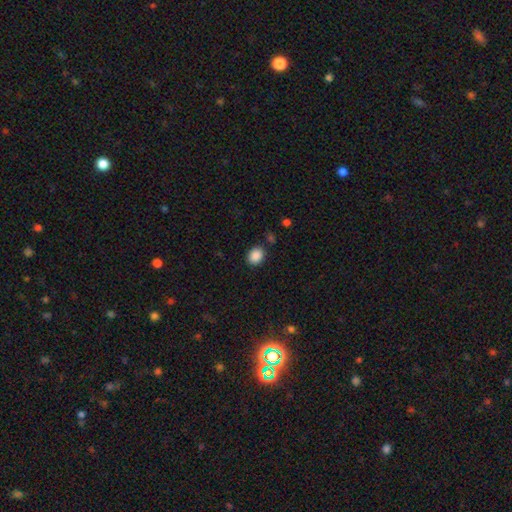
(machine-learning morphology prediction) smooth-or-featured: smooth: 88% | star or artifact: 9% | featured or disk: 3%
  how-rounded: in between: 52% | round: 48% | cigar-shaped: 1%
  merging: none: 82% | minor disturbance: 11% | merger: 4% | major disturbance: 3%